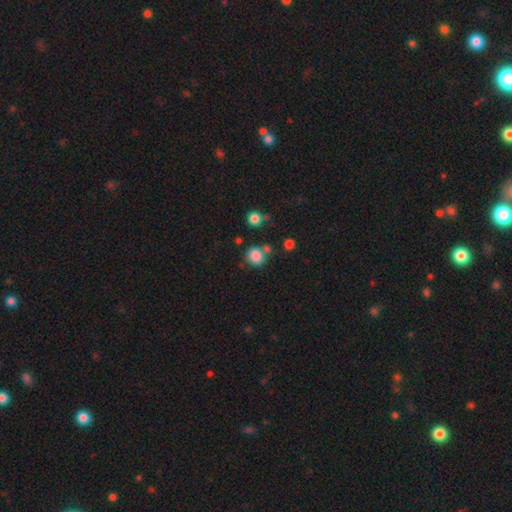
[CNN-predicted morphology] This is clearly a smooth galaxy (84%). How rounded: likely round (80%). Merging: likely none (67%).